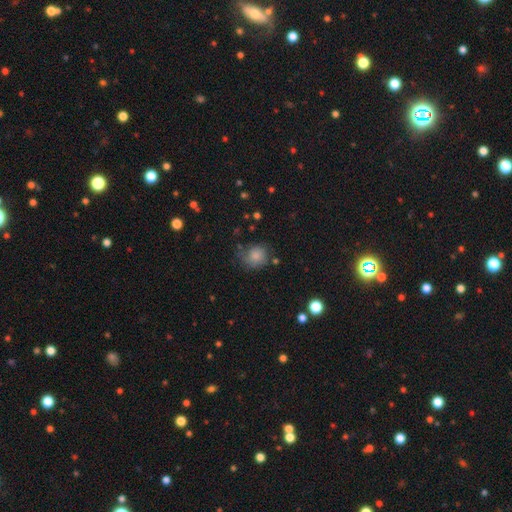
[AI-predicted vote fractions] Smooth or featured? smooth (79%)
How rounded? round (76%)
Merging? none (58%)